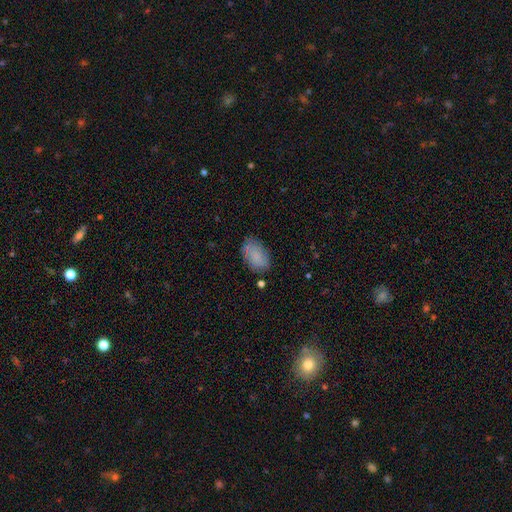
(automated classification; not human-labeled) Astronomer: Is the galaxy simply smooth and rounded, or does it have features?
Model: smooth — 82%.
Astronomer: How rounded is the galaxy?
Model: in between — 92%.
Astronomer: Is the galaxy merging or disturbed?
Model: none — 76%.